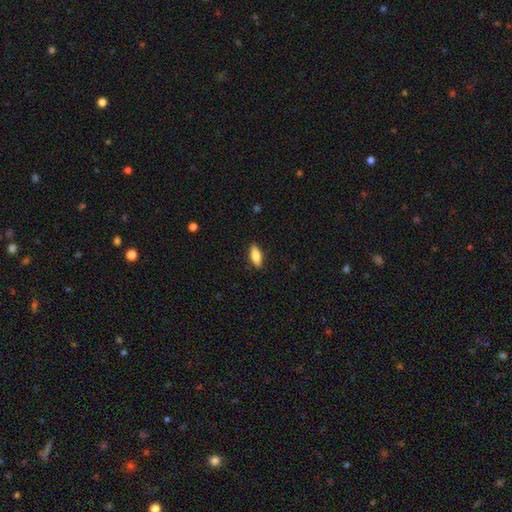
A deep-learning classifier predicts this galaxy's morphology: Overall: smooth (77%). How rounded: in between (71%). Merging: none (87%).